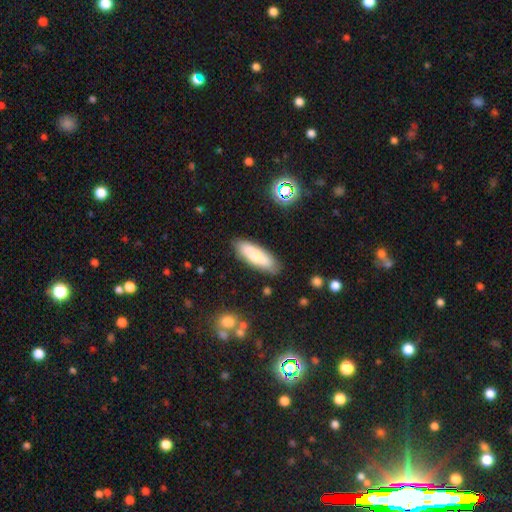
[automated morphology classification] A smooth galaxy with no disk features (70%) that is in between round and cigar-shaped (56%). Merging: none (85%).